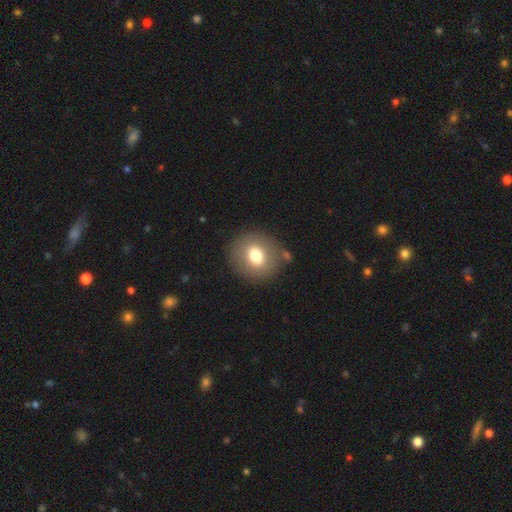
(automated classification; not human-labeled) A smooth galaxy with no disk features (73%) that is round (79%).

Vote fractions:
- Smooth or featured? smooth: 73% / featured or disk: 17% / star or artifact: 10%
- How rounded? round: 79% / in between: 20% / cigar-shaped: 1%
- Merging? none: 84% / minor disturbance: 9% / major disturbance: 4% / merger: 4%